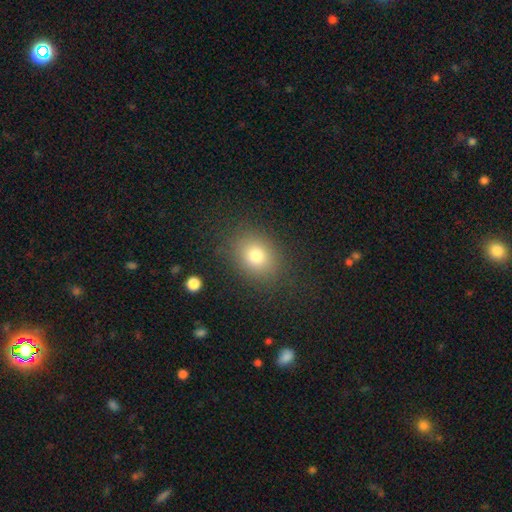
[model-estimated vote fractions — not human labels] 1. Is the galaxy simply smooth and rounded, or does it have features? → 77% smooth, 13% star or artifact, 10% featured or disk.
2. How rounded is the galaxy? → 52% in between, 47% round, 1% cigar-shaped.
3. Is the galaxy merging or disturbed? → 84% none, 10% minor disturbance, 4% major disturbance, 1% merger.